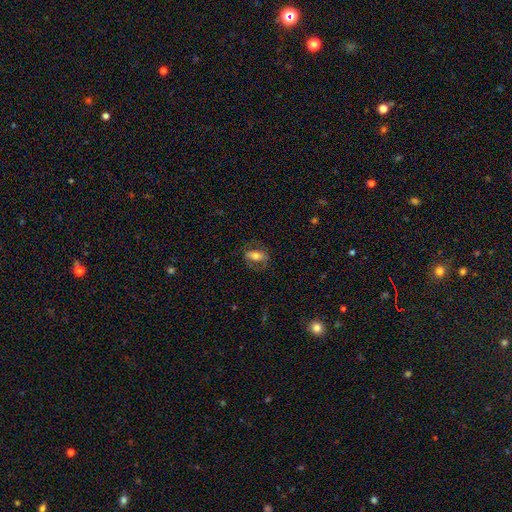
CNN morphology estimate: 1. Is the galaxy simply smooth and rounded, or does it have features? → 51% smooth, 41% featured or disk, 8% star or artifact.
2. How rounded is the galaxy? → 81% in between, 12% round, 7% cigar-shaped.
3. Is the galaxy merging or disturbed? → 70% none, 17% minor disturbance, 12% major disturbance, 1% merger.